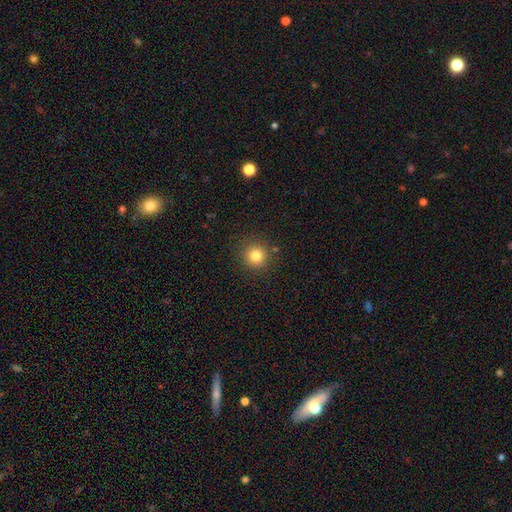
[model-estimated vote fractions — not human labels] A smooth galaxy with no disk features (81%) that is round (95%). Merging: none (89%).